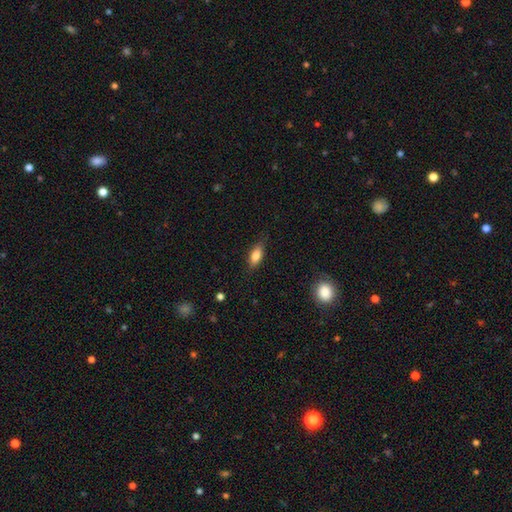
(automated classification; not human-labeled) Smooth or featured? Predicted: smooth (p=0.79). How rounded? Predicted: in between (p=0.79). Merging? Predicted: none (p=0.81).